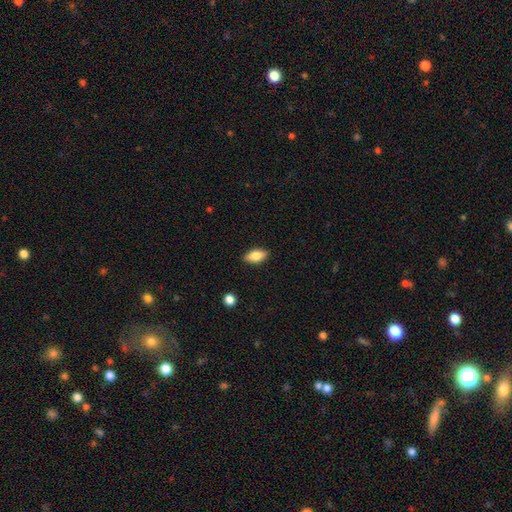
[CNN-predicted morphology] This is clearly a smooth galaxy (80%). How rounded: clearly in between (87%). Merging: clearly none (88%).